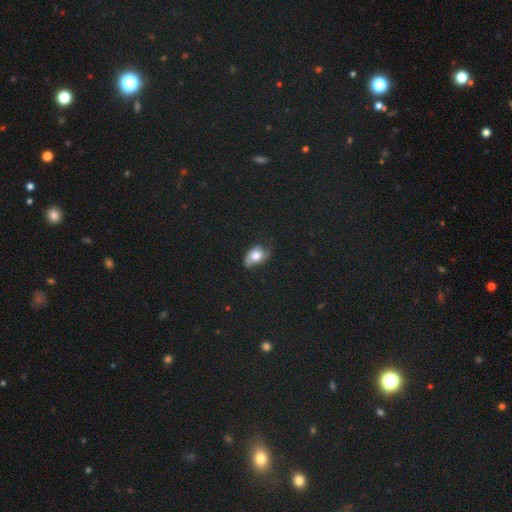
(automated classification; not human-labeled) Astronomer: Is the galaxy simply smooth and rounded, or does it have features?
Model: smooth — 58%.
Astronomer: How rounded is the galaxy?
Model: in between — 81%.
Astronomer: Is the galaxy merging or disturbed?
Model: none — 55%.